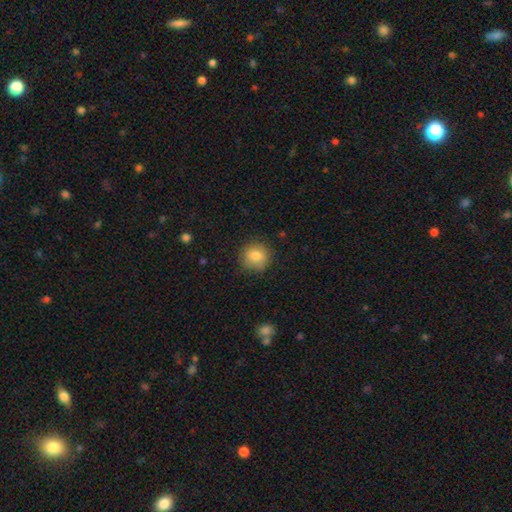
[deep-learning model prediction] smooth_or_featured: smooth (p=0.82) [alt: featured or disk p=0.09]
how_rounded: round (p=0.88) [alt: in between p=0.11]
merging: none (p=0.81) [alt: minor disturbance p=0.14]